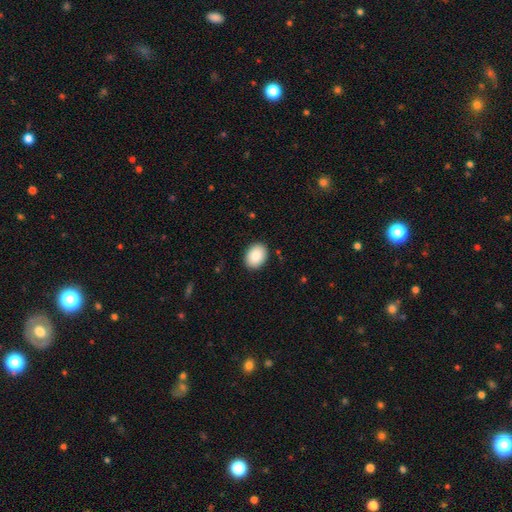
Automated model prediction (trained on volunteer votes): smooth-or-featured: smooth: 88% | star or artifact: 7% | featured or disk: 5%
  how-rounded: in between: 69% | round: 30% | cigar-shaped: 1%
  merging: none: 89% | minor disturbance: 8% | major disturbance: 2% | merger: 1%